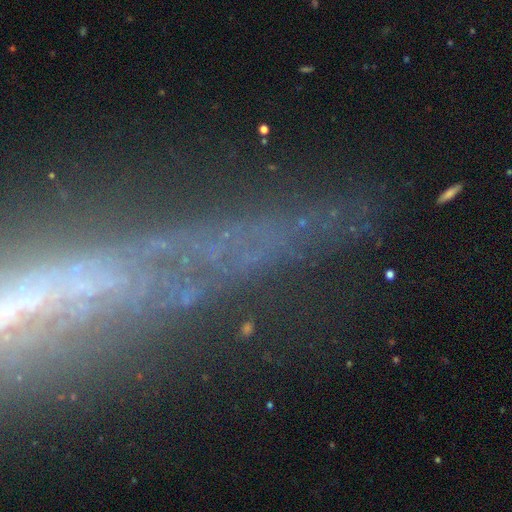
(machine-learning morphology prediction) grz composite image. It shows a star or artifact, not a galaxy (42%).